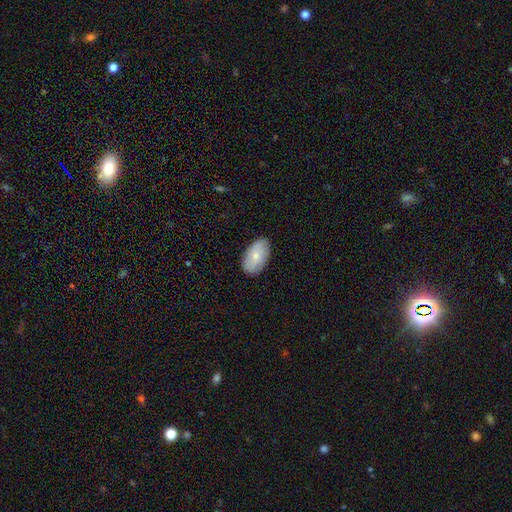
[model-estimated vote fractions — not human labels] This appears to be a smooth galaxy with no disk features (72%) that is in between round and cigar-shaped (94%). Merging: none (84%).